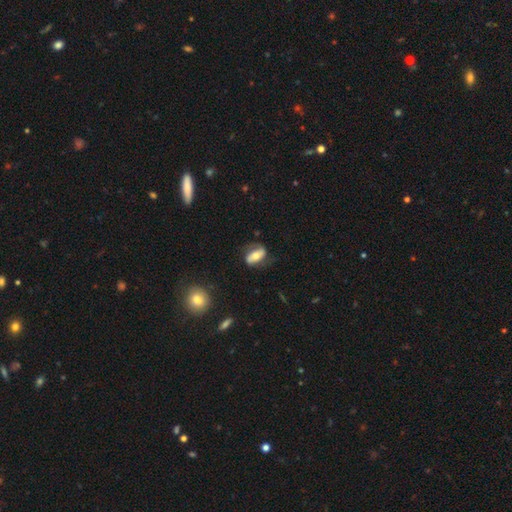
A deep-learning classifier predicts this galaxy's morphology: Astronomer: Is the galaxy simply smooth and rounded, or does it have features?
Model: featured or disk — 56% (runner-up: smooth, 37%).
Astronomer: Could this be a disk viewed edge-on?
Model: no — 90%.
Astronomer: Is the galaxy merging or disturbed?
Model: none — 65%.